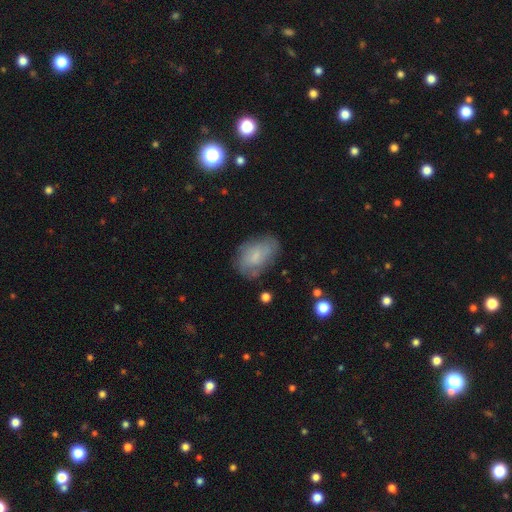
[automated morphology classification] smooth 59%, featured or disk 32%, star or artifact 9%. Down the decision tree: how rounded — in between (88%); merging — none (64%).